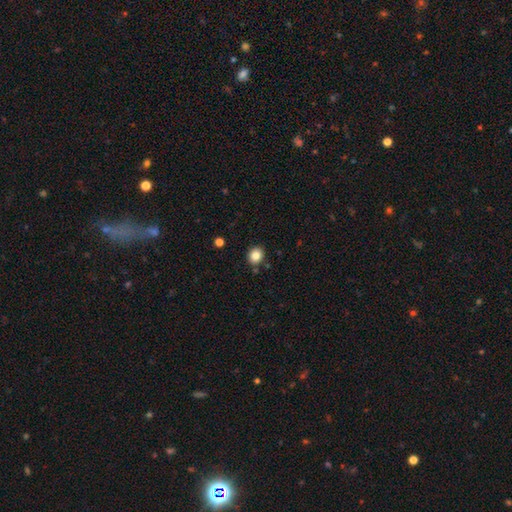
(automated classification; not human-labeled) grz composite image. It shows a smooth galaxy with no disk features (84%) that is round (70%). Merging: none (87%).